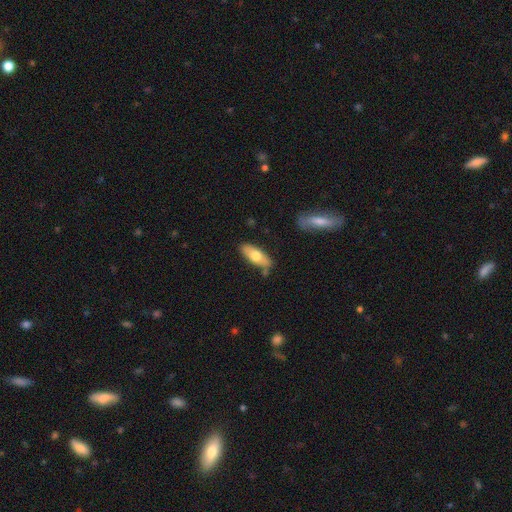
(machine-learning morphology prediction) type=smooth (66%); roundness=in between (70%); merging=none (75%).